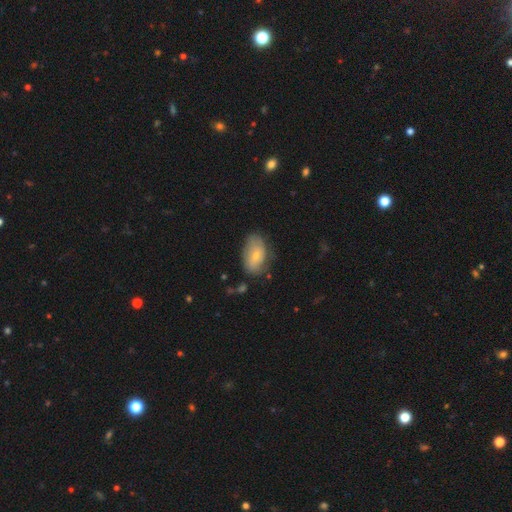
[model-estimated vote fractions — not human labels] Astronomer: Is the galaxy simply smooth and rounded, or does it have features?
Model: smooth — 62%.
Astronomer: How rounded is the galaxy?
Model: in between — 90%.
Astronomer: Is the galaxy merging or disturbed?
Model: none — 63%.